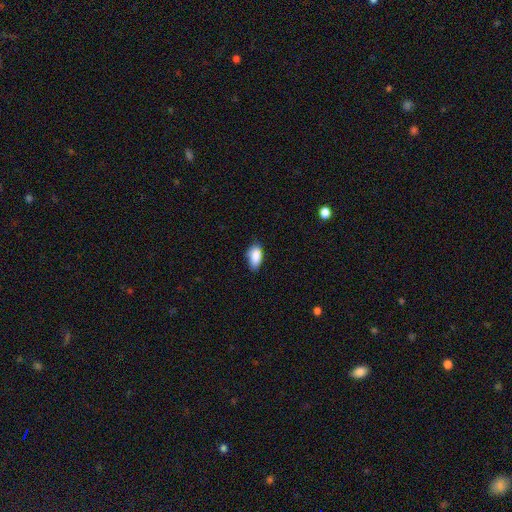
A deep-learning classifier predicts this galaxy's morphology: Smooth or featured? Predicted: smooth (p=0.87). How rounded? Predicted: in between (p=0.92). Merging? Predicted: none (p=0.67).